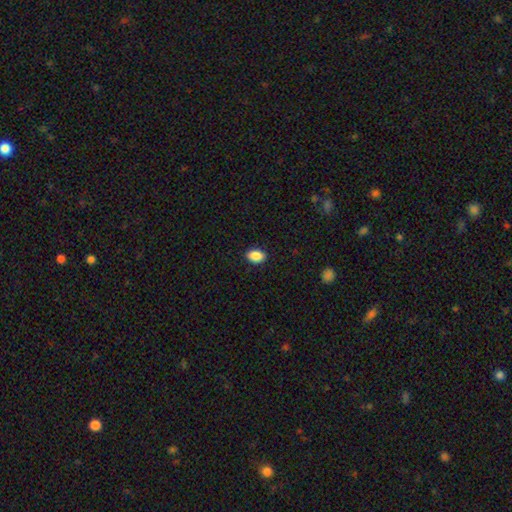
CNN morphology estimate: Smooth or featured? smooth (89%)
How rounded? in between (82%)
Merging? none (90%)